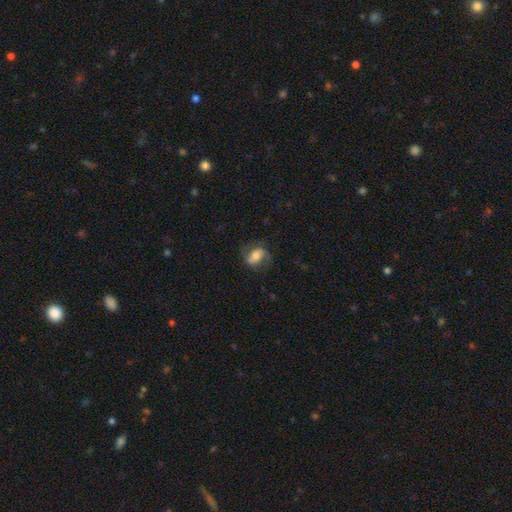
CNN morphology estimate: This is possibly a smooth galaxy (51%). How rounded: likely in between (73%). Merging: likely none (66%).